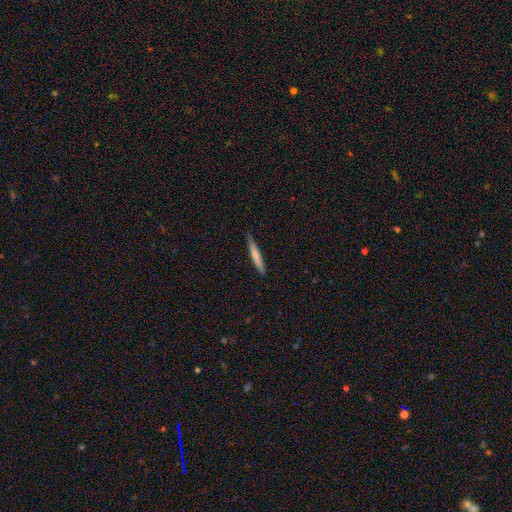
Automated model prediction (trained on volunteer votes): A smooth galaxy with no disk features (70%) that is cigar-shaped (95%).

Vote fractions:
- Smooth or featured? smooth: 70% / featured or disk: 25% / star or artifact: 5%
- How rounded? cigar-shaped: 95% / in between: 4% / round: 1%
- Merging? none: 84% / minor disturbance: 13% / major disturbance: 2% / merger: 1%